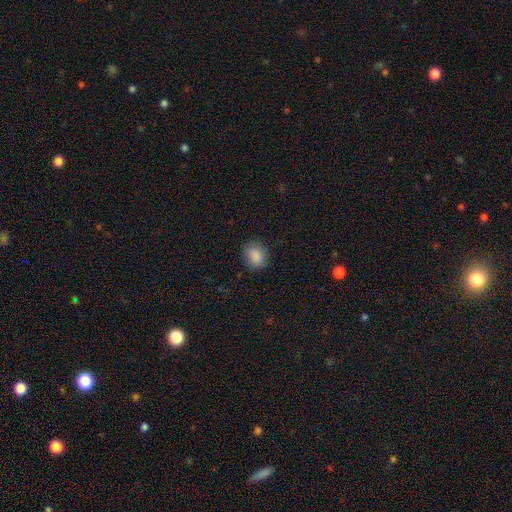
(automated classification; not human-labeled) This appears to be a smooth galaxy with no disk features (87%) that is round (62%). Merging: none (83%).